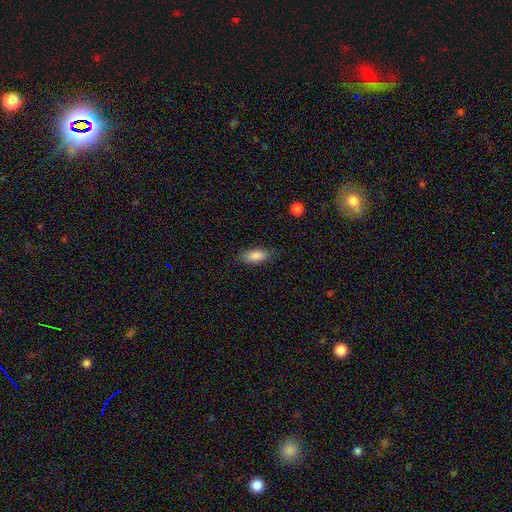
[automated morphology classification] Q: Smooth or featured?
A: smooth (86%); runner-up: featured or disk (7%)
Q: How rounded?
A: in between (82%); runner-up: cigar-shaped (16%)
Q: Merging?
A: none (82%); runner-up: minor disturbance (14%)